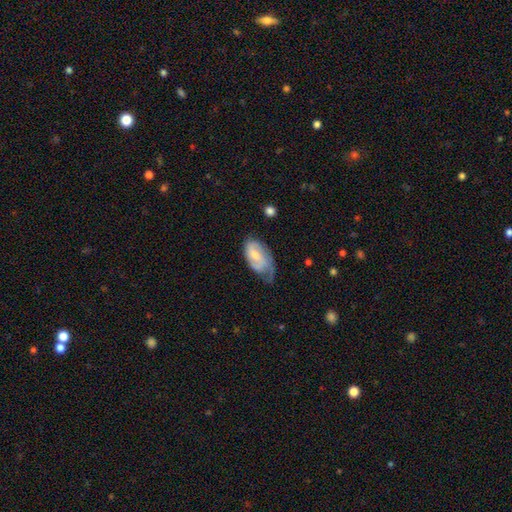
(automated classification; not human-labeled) Smooth or featured: featured or disk — 54% (smooth — 39%)
Edge-on disk: no — 95% (yes — 5%)
Bar: weak — 44% (tied with no — 44%)
Spiral arms: yes — 81% (no — 19%)
Bulge size: moderate — 48% (small — 41%)
Merging: minor disturbance — 38% (none — 34%)